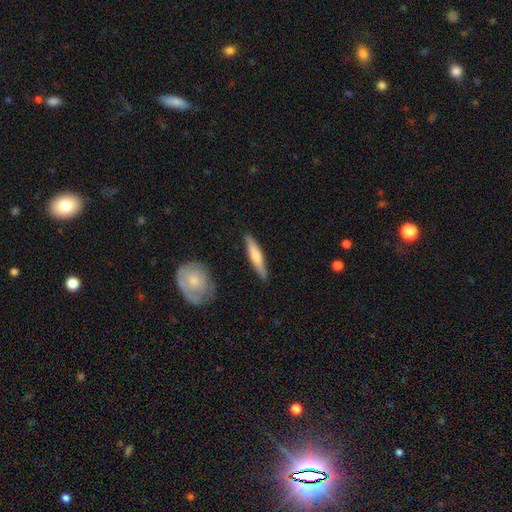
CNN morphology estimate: smooth-or-featured: smooth: 64% | featured or disk: 31% | star or artifact: 5%
  how-rounded: cigar-shaped: 87% | in between: 11% | round: 2%
  merging: none: 87% | minor disturbance: 9% | merger: 2% | major disturbance: 2%